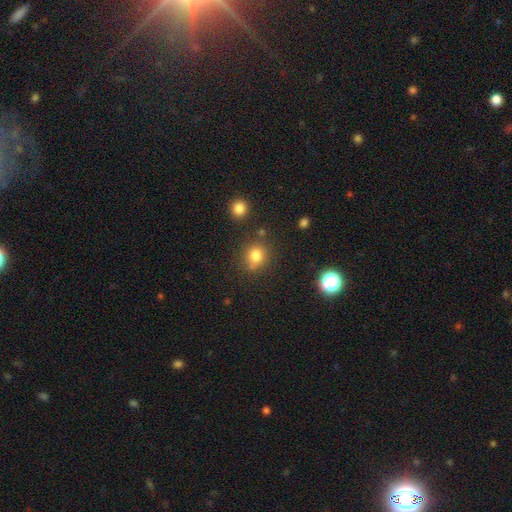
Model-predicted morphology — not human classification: smooth-or-featured: smooth: 79% | star or artifact: 14% | featured or disk: 6%
  how-rounded: round: 78% | in between: 21% | cigar-shaped: 1%
  merging: none: 76% | minor disturbance: 13% | merger: 7% | major disturbance: 4%